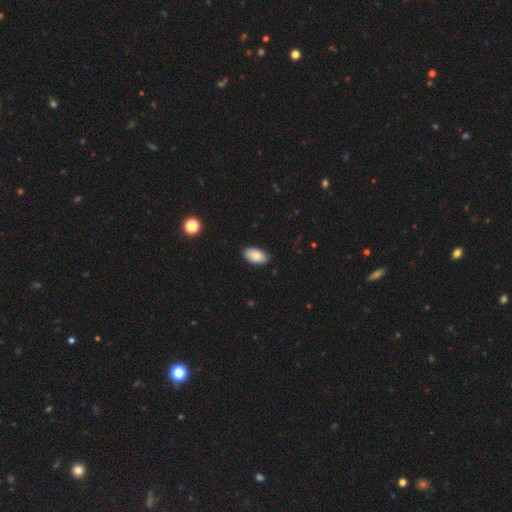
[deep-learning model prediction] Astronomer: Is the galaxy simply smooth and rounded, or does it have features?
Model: smooth — 86%.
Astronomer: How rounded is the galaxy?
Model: in between — 95%.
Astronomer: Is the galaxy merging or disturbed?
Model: none — 88%.